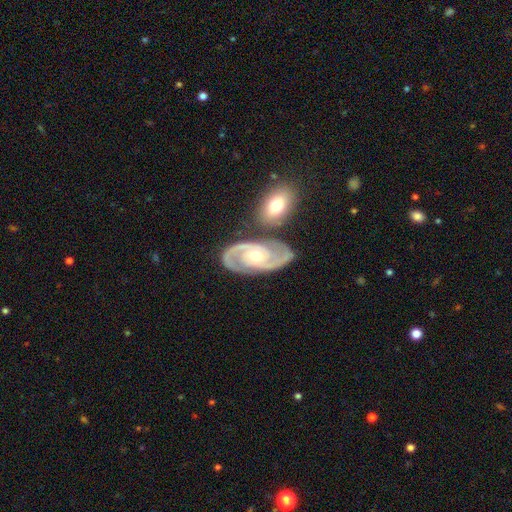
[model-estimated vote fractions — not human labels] Overall: featured or disk (90%). Edge-on disk: no (97%). Bar: no (67%). Spiral arms: yes (97%). Spiral arm count: 2 (90%). Spiral winding: tight (50%; medium 43%). Bulge size: moderate (66%; small 29%). Merging: none (74%).